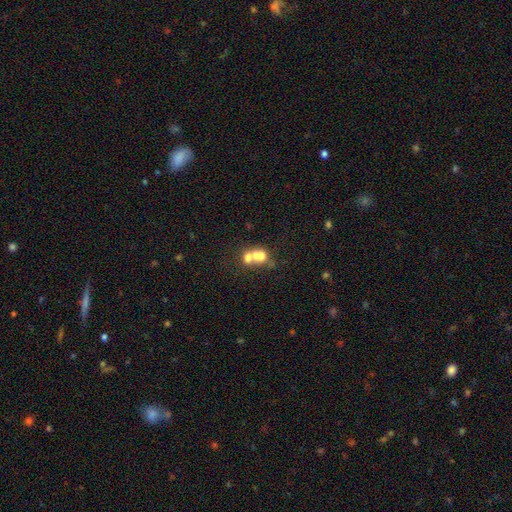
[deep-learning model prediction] Smooth or featured? Predicted: smooth (p=0.56). How rounded? Predicted: round (p=0.65). Merging? Predicted: merger (p=0.64).